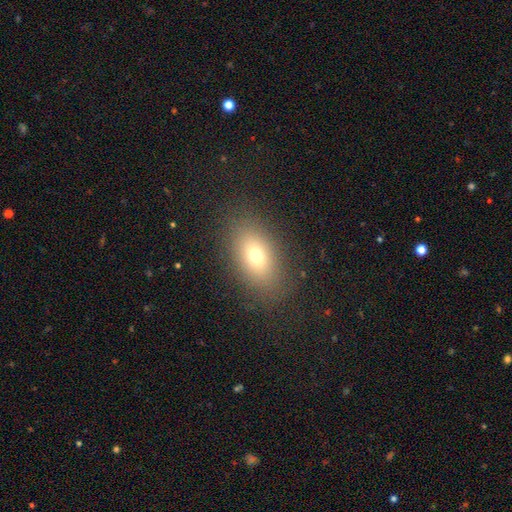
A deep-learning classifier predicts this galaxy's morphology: The model was most divided on "smooth or featured": smooth: 70%, featured or disk: 16%, star or artifact: 13%. More confident: merging — none (85%); how rounded — in between (84%).